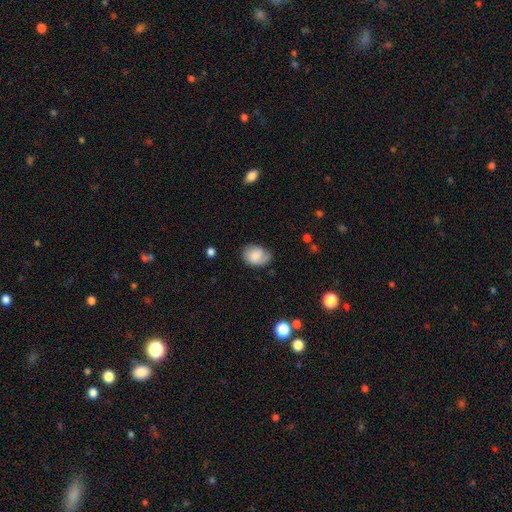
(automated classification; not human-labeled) Morphology: type=smooth (73%); roundness=in between (70%); merging=none (61%).